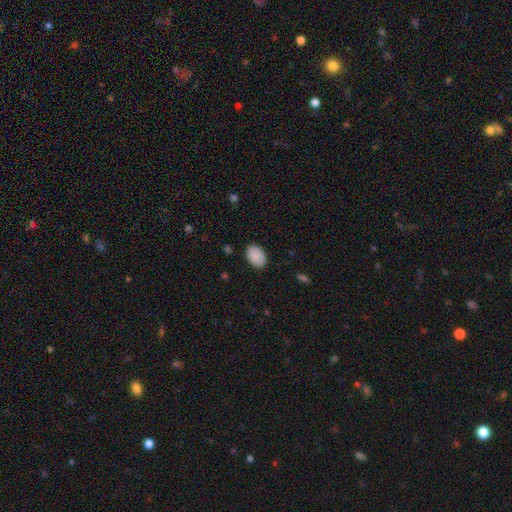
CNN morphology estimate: A smooth galaxy with no disk features (90%) that is in between round and cigar-shaped (85%).

Vote fractions:
- Smooth or featured? smooth: 90% / star or artifact: 7% / featured or disk: 4%
- How rounded? in between: 85% / round: 14% / cigar-shaped: 1%
- Merging? none: 87% / minor disturbance: 10% / major disturbance: 2% / merger: 1%